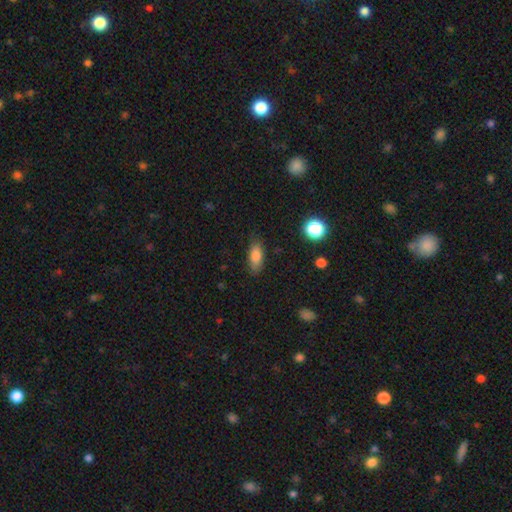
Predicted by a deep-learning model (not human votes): A smooth galaxy with no disk features (80%) that is in between round and cigar-shaped (78%). Merging: none (82%).